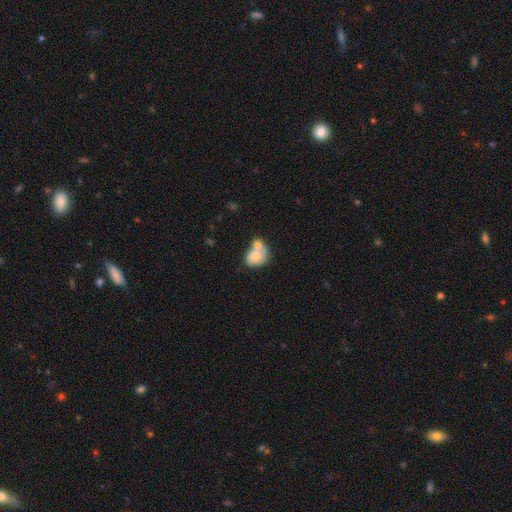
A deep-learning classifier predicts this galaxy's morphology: smooth-or-featured: smooth: 66% | featured or disk: 27% | star or artifact: 7%
  how-rounded: in between: 56% | round: 43% | cigar-shaped: 1%
  merging: merger: 63% | none: 20% | minor disturbance: 11% | major disturbance: 6%